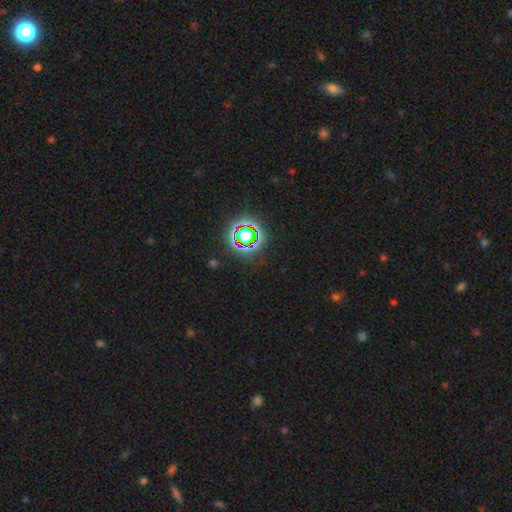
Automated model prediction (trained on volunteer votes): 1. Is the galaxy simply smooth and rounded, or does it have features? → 68% star or artifact, 24% smooth, 7% featured or disk.